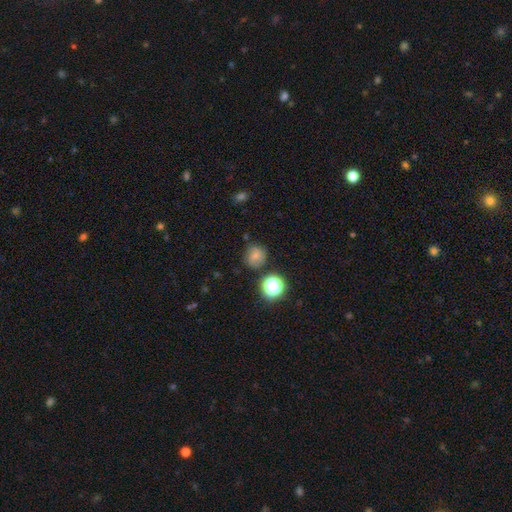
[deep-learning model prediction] This is possibly a smooth galaxy (46%). Merging: likely none (73%).